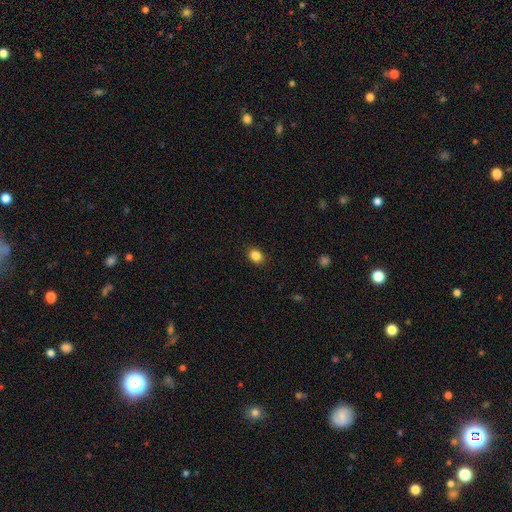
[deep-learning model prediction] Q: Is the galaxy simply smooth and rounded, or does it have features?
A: smooth — 85%.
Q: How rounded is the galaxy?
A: in between — 50%.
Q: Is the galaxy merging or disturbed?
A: none — 90%.